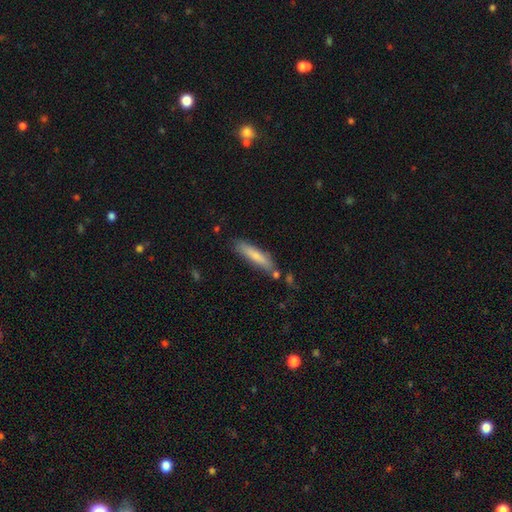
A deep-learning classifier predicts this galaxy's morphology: Smooth or featured?
  - smooth: 73% *
  - featured or disk: 21%
  - star or artifact: 6%
How rounded?
  - cigar-shaped: 86% *
  - in between: 13%
  - round: 1%
Merging?
  - none: 75% *
  - minor disturbance: 15%
  - merger: 6%
  - major disturbance: 3%